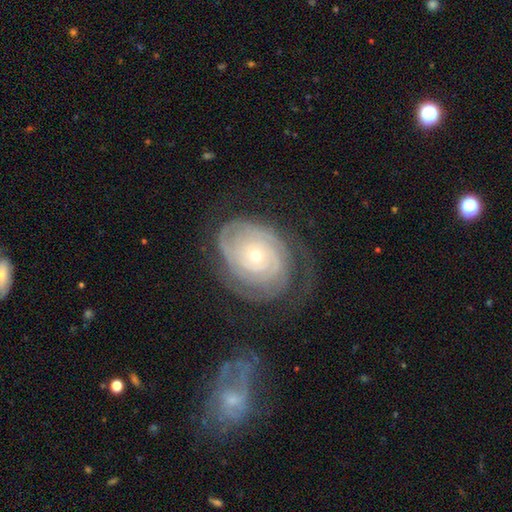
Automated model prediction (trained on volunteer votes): Smooth or featured? featured or disk (86%)
Edge-on disk? no (97%)
Bar? no (80%)
Spiral arms? yes (96%)
Spiral winding? tight (83%)
Spiral arm count? 2 (32%)
Bulge size? small (64%)
Merging? none (66%)